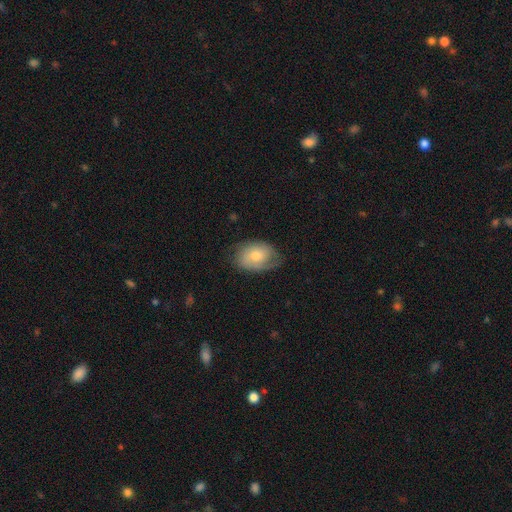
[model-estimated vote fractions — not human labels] Smooth or featured?
  - smooth: 54% *
  - featured or disk: 40%
  - star or artifact: 7%
How rounded?
  - in between: 81% *
  - round: 18%
  - cigar-shaped: 1%
Merging?
  - none: 64% *
  - minor disturbance: 26%
  - major disturbance: 9%
  - merger: 1%